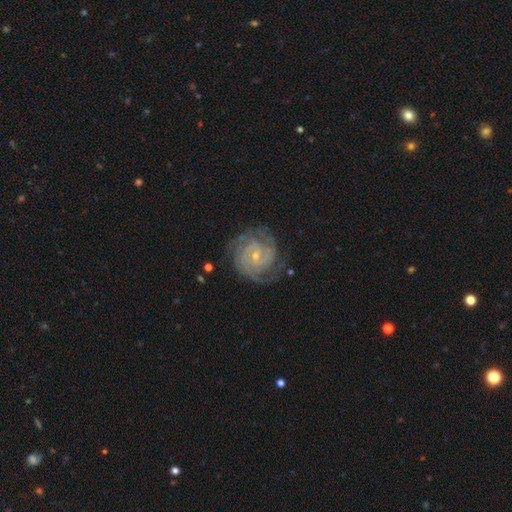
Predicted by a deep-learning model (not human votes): featured or disk 90%, star or artifact 5%, smooth 5%. Down the decision tree: edge-on disk — no (98%); bar — no (48%); spiral arms — yes (98%); spiral arm count — 2 (28%); spiral winding — tight (74%); bulge size — small (74%); merging — none (77%).